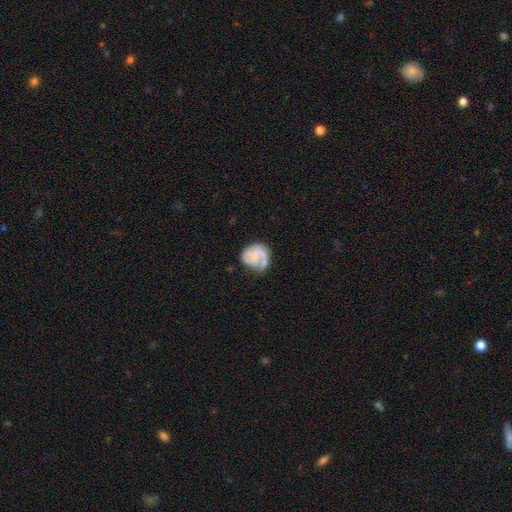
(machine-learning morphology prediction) Q: Smooth or featured?
A: featured or disk (57%); runner-up: smooth (36%)
Q: Edge-on disk?
A: no (98%); runner-up: yes (2%)
Q: Bar?
A: no (68%); runner-up: weak (25%)
Q: Spiral arms?
A: yes (77%); runner-up: no (23%)
Q: Bulge size?
A: none (56%); runner-up: small (26%)
Q: Merging?
A: none (52%); runner-up: minor disturbance (25%)